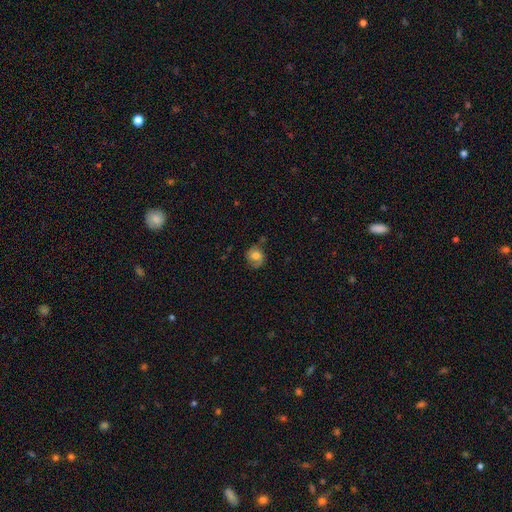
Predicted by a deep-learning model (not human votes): The model was most divided on "smooth or featured": featured or disk: 46%, smooth: 45%, star or artifact: 9%. More confident: merging — none (65%).